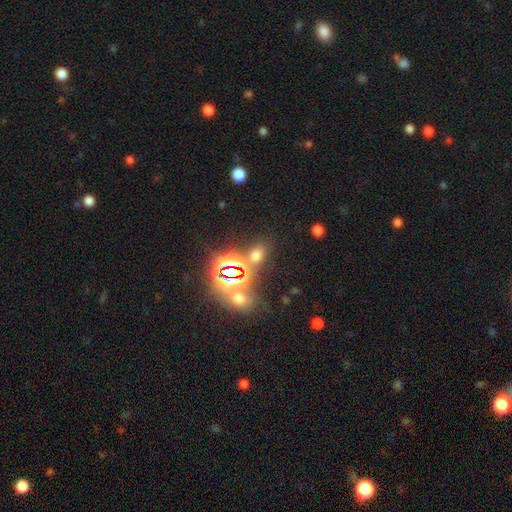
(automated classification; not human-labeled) The model was most divided on "smooth or featured": smooth: 50%, star or artifact: 43%, featured or disk: 7%. More confident: merging — none (71%); how rounded — in between (61%).